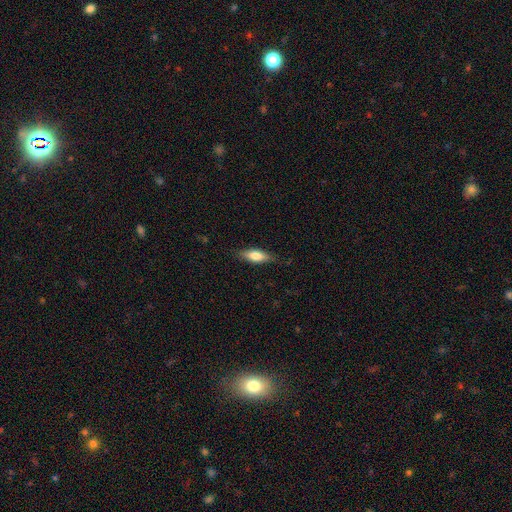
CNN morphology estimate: Smooth or featured: smooth — 67% (featured or disk — 26%)
How rounded: in between — 60% (cigar-shaped — 37%)
Merging: none — 81% (minor disturbance — 15%)